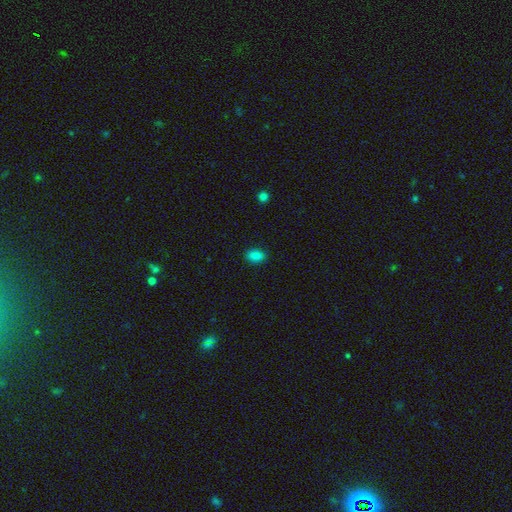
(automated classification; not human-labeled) Smooth or featured? Predicted: smooth (p=0.86). How rounded? Predicted: in between (p=0.83). Merging? Predicted: none (p=0.89).